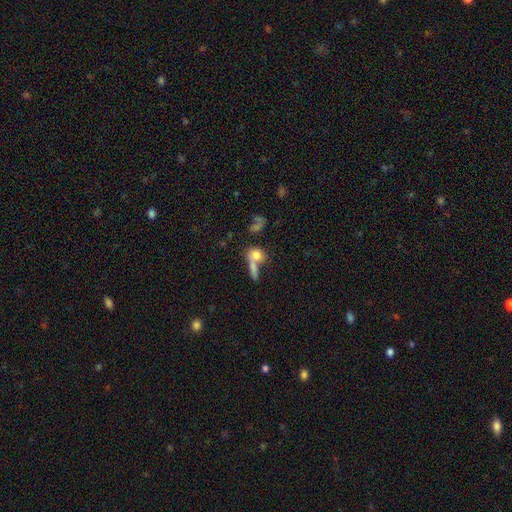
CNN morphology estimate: Smooth or featured? smooth (57%)
How rounded? round (50%)
Merging? merger (41%)